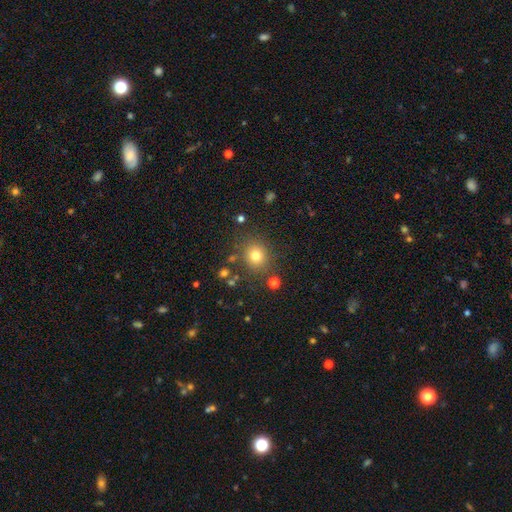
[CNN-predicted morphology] This appears to be a smooth galaxy with no disk features (76%) that is round (82%). Merging: none (83%).